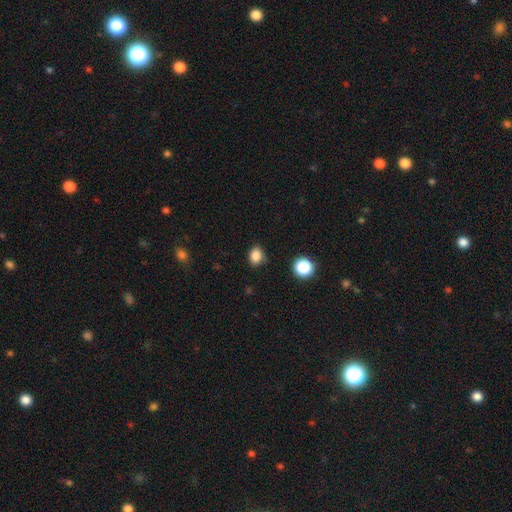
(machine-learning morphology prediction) Smooth or featured? smooth (85%)
How rounded? in between (54%)
Merging? none (79%)